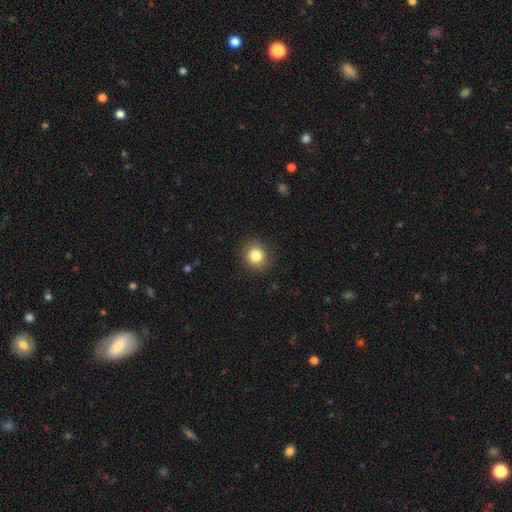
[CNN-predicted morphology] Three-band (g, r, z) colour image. It shows a smooth galaxy with no disk features (84%) that is round (81%). Merging: none (90%).